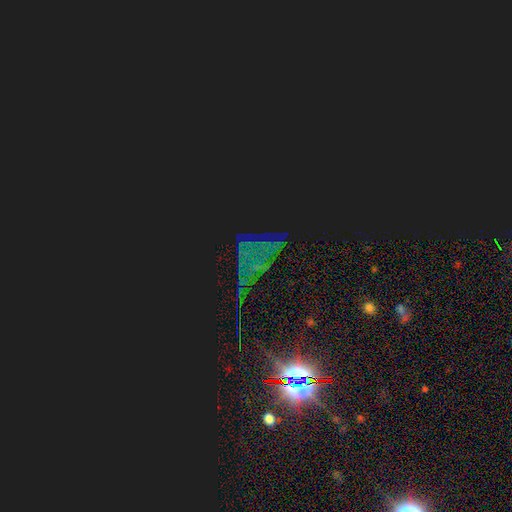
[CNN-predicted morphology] Smooth or featured: star or artifact — 76% (smooth — 13%)